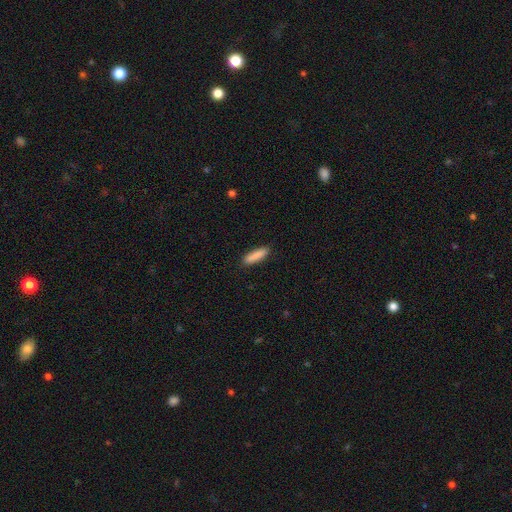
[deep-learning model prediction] Overall: smooth (88%). How rounded: cigar-shaped (72%). Merging: none (89%).